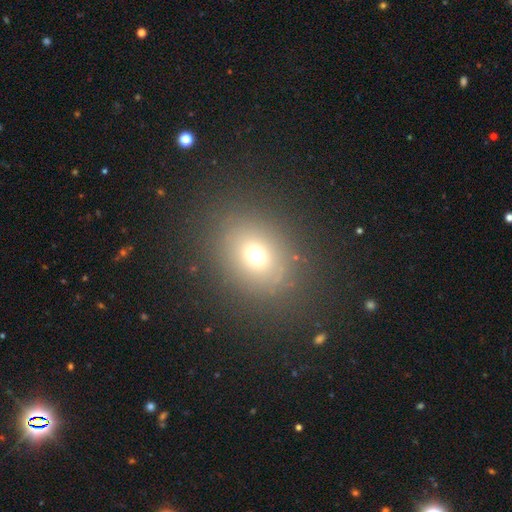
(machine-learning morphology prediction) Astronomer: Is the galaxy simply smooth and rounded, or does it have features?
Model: smooth — 67%.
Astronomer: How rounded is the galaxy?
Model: round — 59% (runner-up: in between, 40%).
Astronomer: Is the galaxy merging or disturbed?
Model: none — 83%.